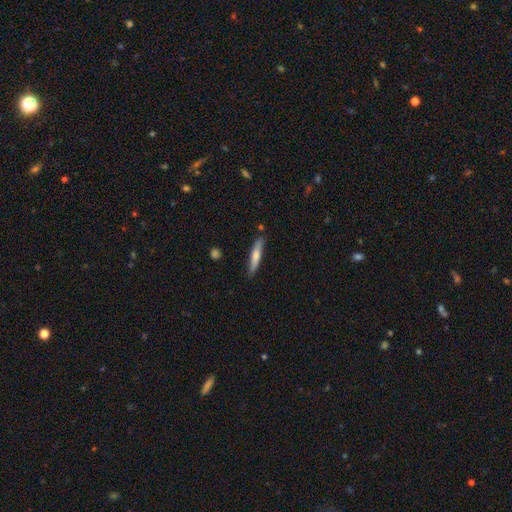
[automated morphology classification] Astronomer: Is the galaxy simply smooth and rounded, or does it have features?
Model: smooth — 53% (runner-up: featured or disk, 41%).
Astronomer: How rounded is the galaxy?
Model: cigar-shaped — 92%.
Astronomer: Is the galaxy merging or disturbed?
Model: none — 85%.